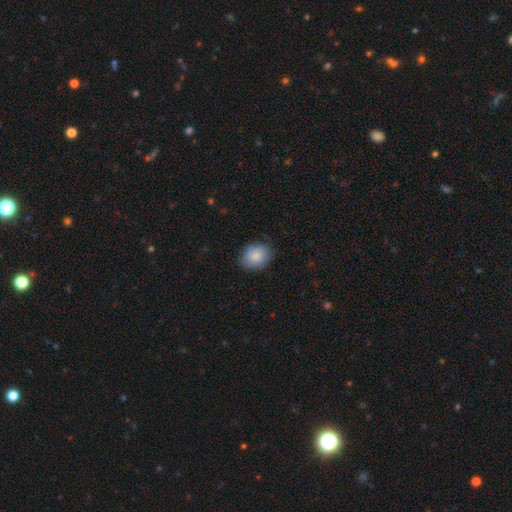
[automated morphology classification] smooth 86%, star or artifact 7%, featured or disk 7%. Down the decision tree: how rounded — in between (52%); merging — none (83%).